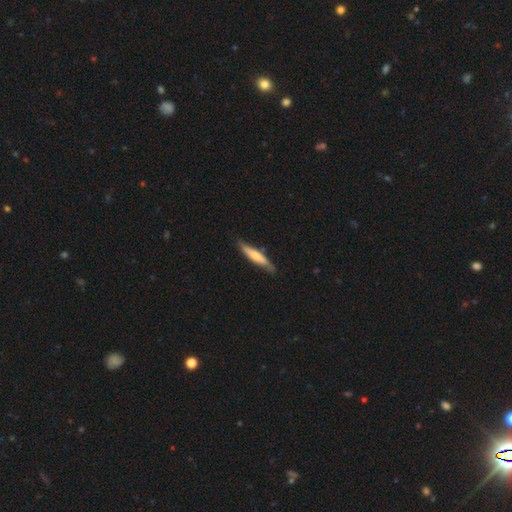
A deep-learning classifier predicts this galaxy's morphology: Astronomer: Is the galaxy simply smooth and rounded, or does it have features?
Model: smooth — 54% (runner-up: featured or disk, 41%).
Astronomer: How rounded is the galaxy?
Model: cigar-shaped — 88%.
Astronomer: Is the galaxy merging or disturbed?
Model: none — 78%.